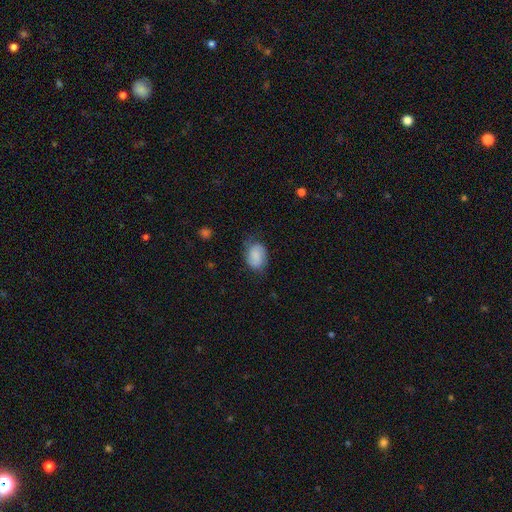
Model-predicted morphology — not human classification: Smooth or featured?
  - smooth: 74% *
  - featured or disk: 18%
  - star or artifact: 8%
How rounded?
  - in between: 76% *
  - round: 23%
  - cigar-shaped: 1%
Merging?
  - none: 61% *
  - minor disturbance: 28%
  - major disturbance: 9%
  - merger: 1%